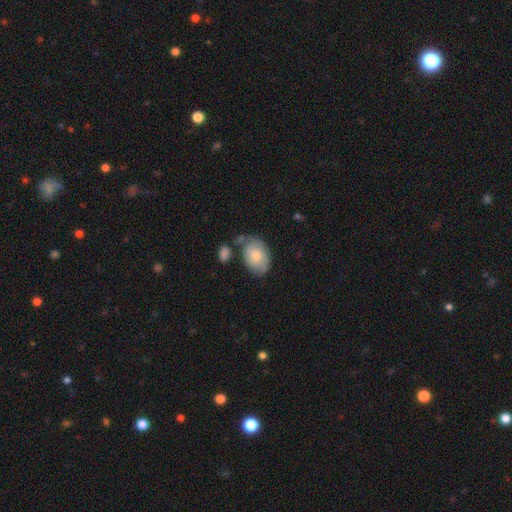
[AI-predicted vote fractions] Smooth or featured? Predicted: smooth (p=0.72). How rounded? Predicted: in between (p=0.81). Merging? Predicted: none (p=0.56).